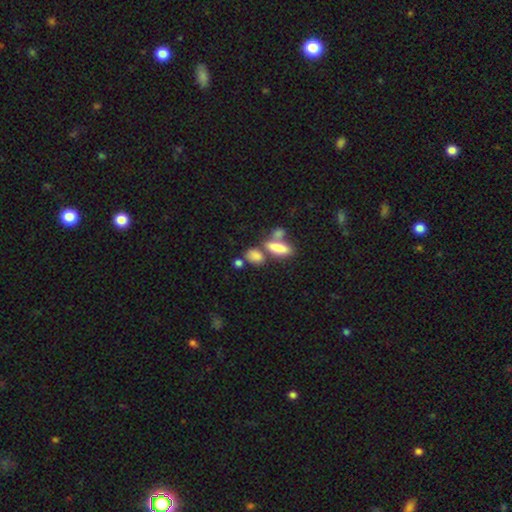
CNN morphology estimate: type=smooth (79%); roundness=in between (71%); merging=none (43%).